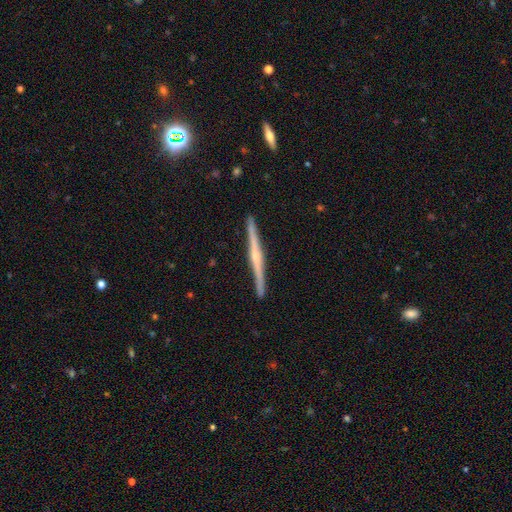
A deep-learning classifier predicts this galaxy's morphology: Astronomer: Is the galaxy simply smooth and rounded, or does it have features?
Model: featured or disk — 79%.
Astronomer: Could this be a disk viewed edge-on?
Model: yes — 99%.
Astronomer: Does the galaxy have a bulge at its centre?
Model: rounded — 65%.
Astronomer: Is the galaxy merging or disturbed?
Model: none — 92%.